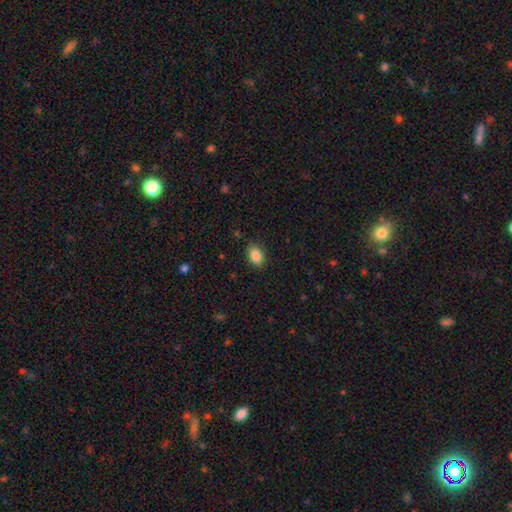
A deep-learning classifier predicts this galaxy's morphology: Smooth or featured?
  - smooth: 87% *
  - star or artifact: 8%
  - featured or disk: 5%
How rounded?
  - in between: 82% *
  - round: 17%
  - cigar-shaped: 1%
Merging?
  - none: 85% *
  - minor disturbance: 11%
  - major disturbance: 3%
  - merger: 1%